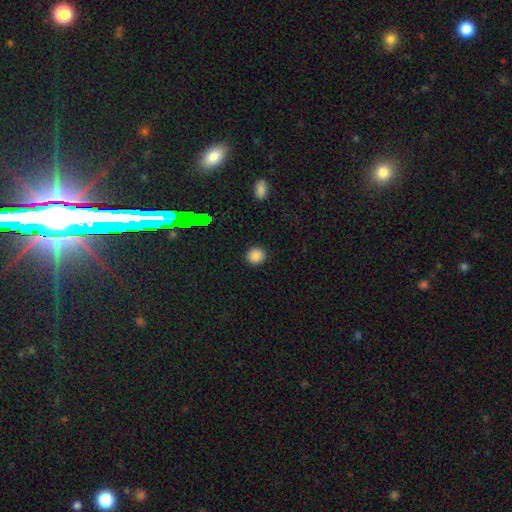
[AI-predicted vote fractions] Morphology: type=smooth (84%); roundness=round (87%); merging=none (90%).